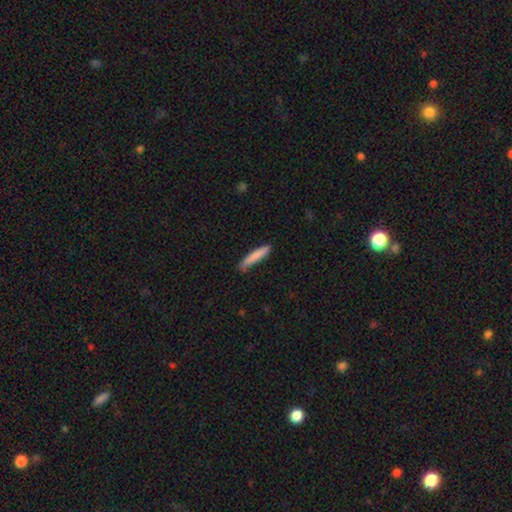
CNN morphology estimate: Smooth or featured?
  - smooth: 82% *
  - featured or disk: 12%
  - star or artifact: 6%
How rounded?
  - cigar-shaped: 90% *
  - in between: 8%
  - round: 1%
Merging?
  - none: 75% *
  - minor disturbance: 19%
  - major disturbance: 3%
  - merger: 2%